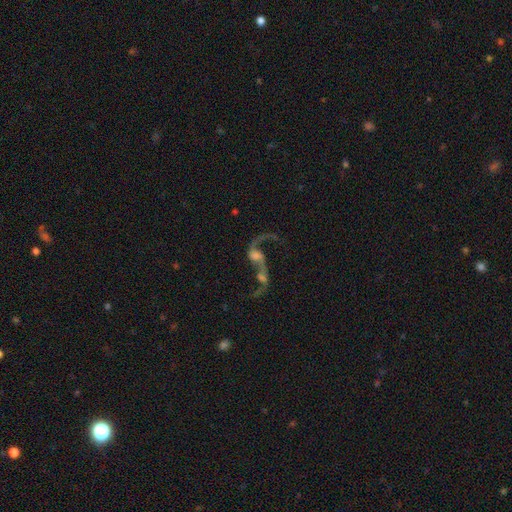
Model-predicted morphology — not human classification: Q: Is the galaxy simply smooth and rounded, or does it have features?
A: featured or disk — 75%.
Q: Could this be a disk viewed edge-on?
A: no — 95%.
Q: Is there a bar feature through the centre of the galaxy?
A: no — 57%.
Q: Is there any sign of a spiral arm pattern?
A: yes — 81%.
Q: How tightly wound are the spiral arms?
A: loose — 90%.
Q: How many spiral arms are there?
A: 2 — 72%.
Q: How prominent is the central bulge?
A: none — 31%.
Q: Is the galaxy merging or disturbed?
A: merger — 57%.